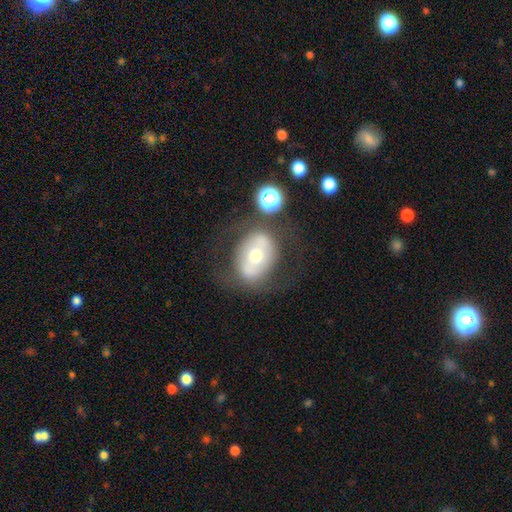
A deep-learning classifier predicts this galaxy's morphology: type=featured or disk (50%); edge-on=no (92%); merging=none (65%).